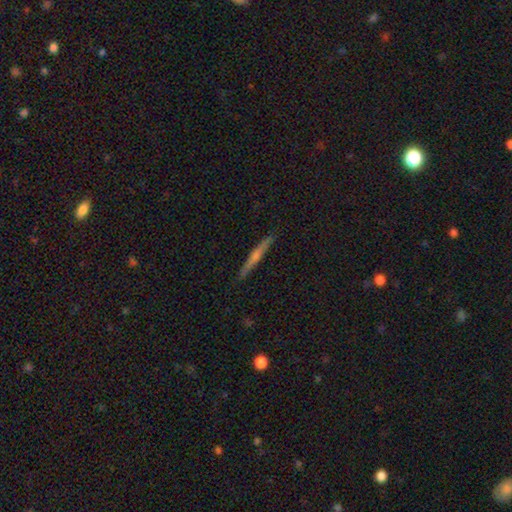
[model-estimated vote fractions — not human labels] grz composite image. It shows a featured or disk galaxy (68%) viewed edge-on (97%) with a rounded central bulge (72%). Merging: none (91%).